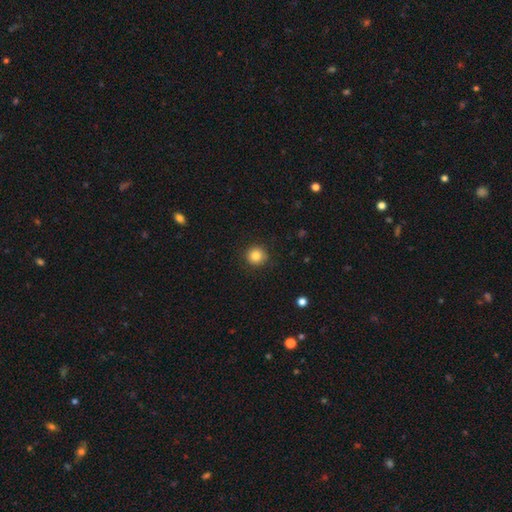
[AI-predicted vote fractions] Smooth or featured?
  - smooth: 84% *
  - star or artifact: 10%
  - featured or disk: 6%
How rounded?
  - round: 94% *
  - in between: 5%
  - cigar-shaped: 1%
Merging?
  - none: 90% *
  - minor disturbance: 7%
  - major disturbance: 2%
  - merger: 1%